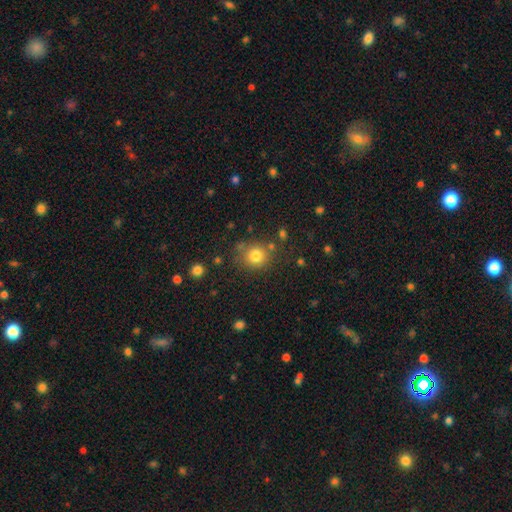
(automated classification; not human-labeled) The model was most divided on "merging": none: 77%, minor disturbance: 12%, merger: 7%, major disturbance: 5%. More confident: how rounded — round (86%); smooth or featured — smooth (80%).